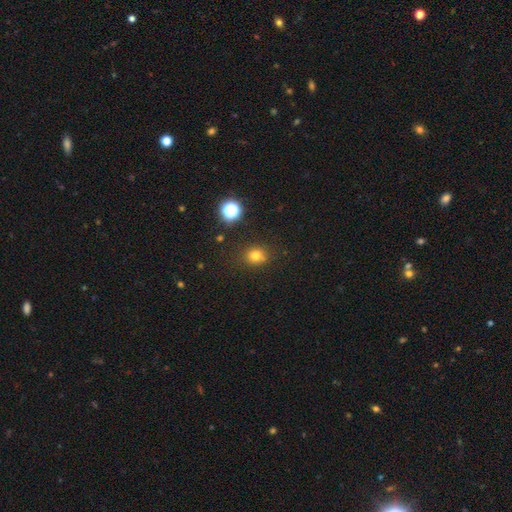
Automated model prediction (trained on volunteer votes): Smooth or featured? Predicted: smooth (p=0.76). How rounded? Predicted: round (p=0.77). Merging? Predicted: none (p=0.82).